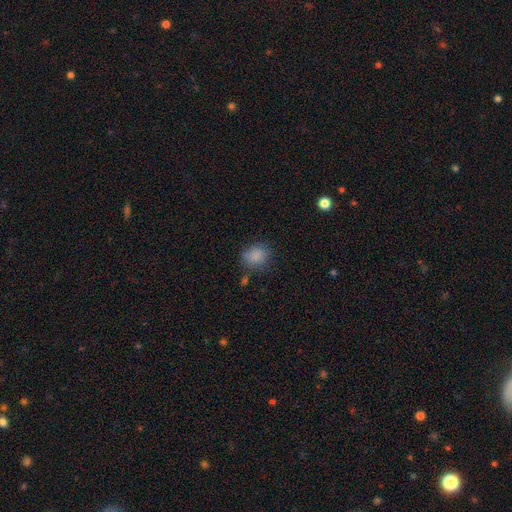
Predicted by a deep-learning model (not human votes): Q: Smooth or featured?
A: smooth (84%); runner-up: star or artifact (10%)
Q: How rounded?
A: round (63%); runner-up: in between (36%)
Q: Merging?
A: none (72%); runner-up: minor disturbance (18%)